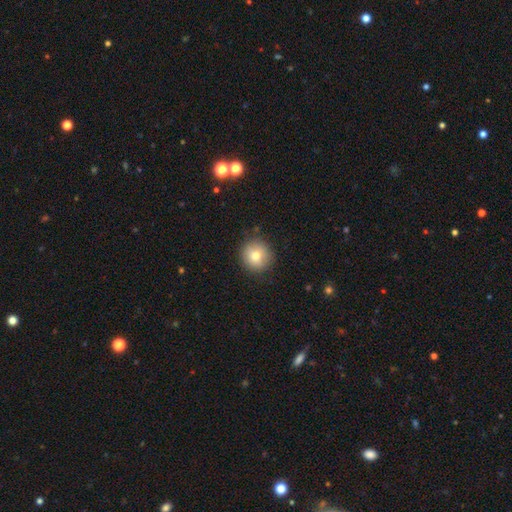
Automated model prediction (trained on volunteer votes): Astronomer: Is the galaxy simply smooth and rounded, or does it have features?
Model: smooth — 76%.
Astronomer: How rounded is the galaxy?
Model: round — 93%.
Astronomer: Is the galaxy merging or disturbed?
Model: none — 88%.